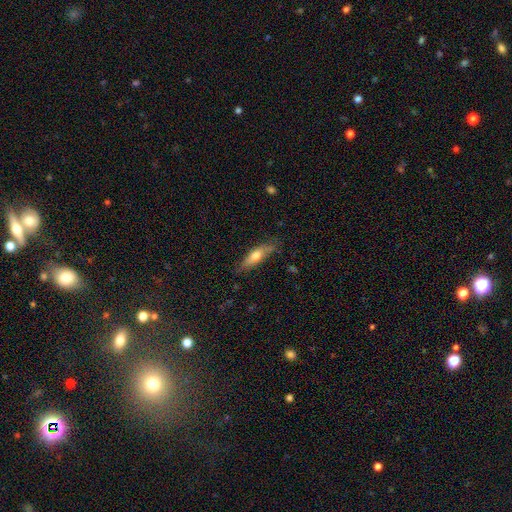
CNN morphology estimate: A smooth galaxy with no disk features (59%) that is cigar-shaped (57%). Merging: none (74%).